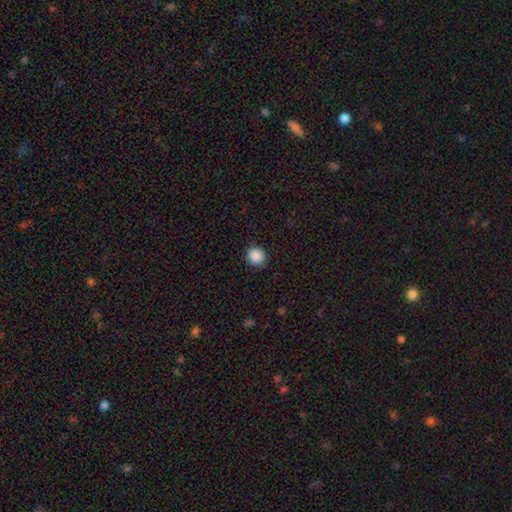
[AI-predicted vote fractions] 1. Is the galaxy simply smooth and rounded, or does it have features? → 88% smooth, 9% star or artifact, 3% featured or disk.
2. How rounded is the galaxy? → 86% round, 13% in between, 1% cigar-shaped.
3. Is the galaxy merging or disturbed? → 89% none, 8% minor disturbance, 3% major disturbance, 1% merger.